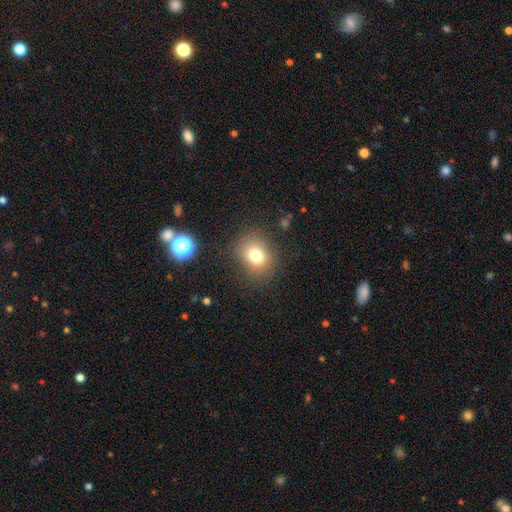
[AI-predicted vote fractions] smooth 76%, star or artifact 14%, featured or disk 10%. Down the decision tree: how rounded — round (66%); merging — none (81%).